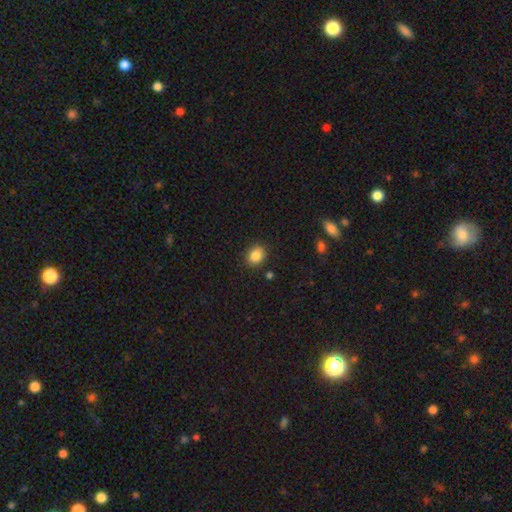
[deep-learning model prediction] Smooth or featured: smooth — 85% (star or artifact — 10%)
How rounded: in between — 52% (round — 47%)
Merging: none — 85% (minor disturbance — 10%)